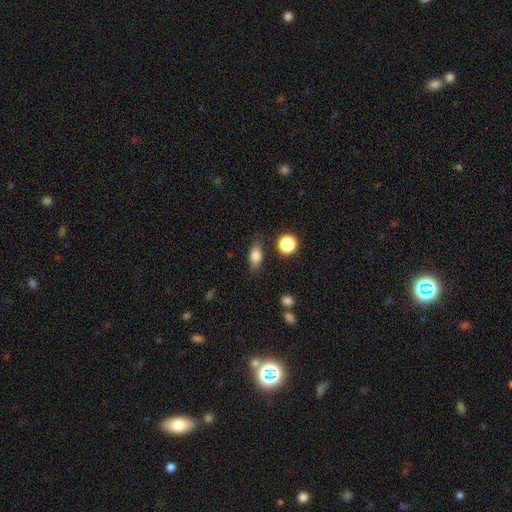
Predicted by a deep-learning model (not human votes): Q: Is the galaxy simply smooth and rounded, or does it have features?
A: smooth — 80%.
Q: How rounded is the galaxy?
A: in between — 76%.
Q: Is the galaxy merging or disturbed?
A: none — 81%.